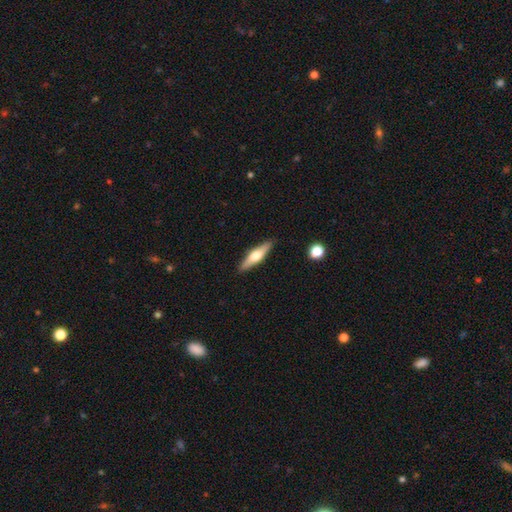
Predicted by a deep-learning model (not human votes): smooth-or-featured: featured or disk: 53% | smooth: 41% | star or artifact: 6%
  disk-edge-on: yes: 95% | no: 5%
    edge-on-bulge: rounded: 91% | boxy: 6% | none: 3%
  merging: none: 89% | minor disturbance: 8% | major disturbance: 2% | merger: 1%